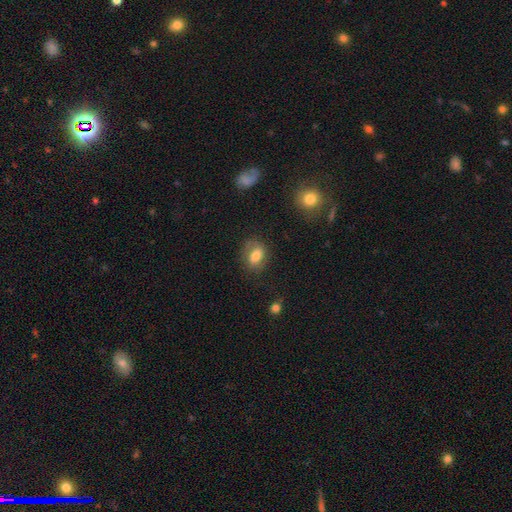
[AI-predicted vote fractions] Smooth or featured? smooth (72%)
How rounded? in between (72%)
Merging? none (65%)